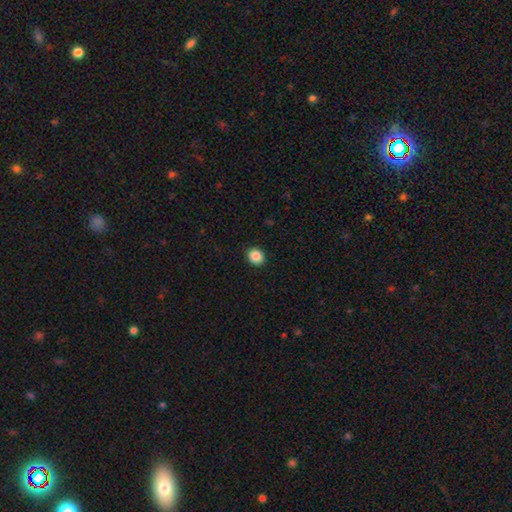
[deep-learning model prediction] Morphology: type=smooth (87%); roundness=round (69%); merging=none (91%).